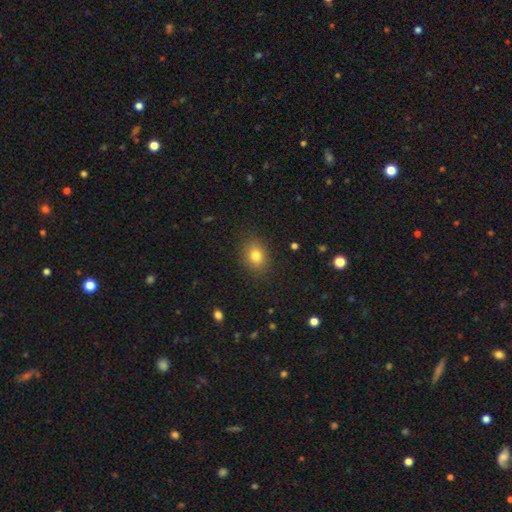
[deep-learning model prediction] smooth 81%, star or artifact 12%, featured or disk 8%. Down the decision tree: how rounded — in between (53%); merging — none (86%).